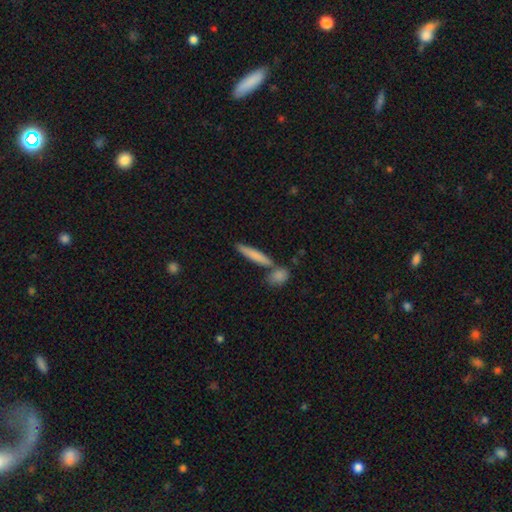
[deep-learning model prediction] Smooth or featured: smooth — 75% (featured or disk — 19%)
How rounded: cigar-shaped — 88% (in between — 10%)
Merging: none — 70% (merger — 18%)